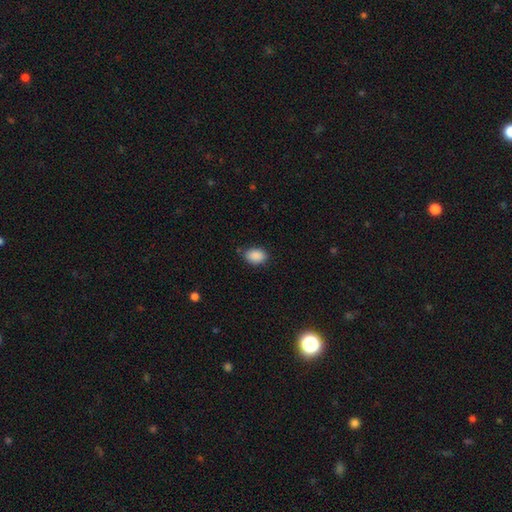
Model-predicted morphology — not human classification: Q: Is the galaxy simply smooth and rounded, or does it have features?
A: smooth — 89%.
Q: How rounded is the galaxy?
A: in between — 79%.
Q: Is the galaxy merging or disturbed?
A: none — 82%.